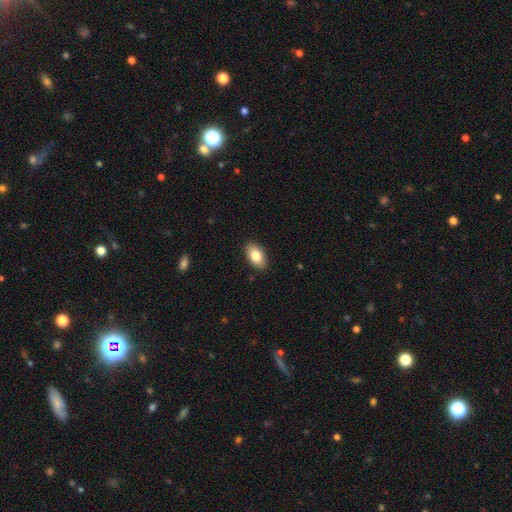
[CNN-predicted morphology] Smooth or featured: smooth — 80% (featured or disk — 13%)
How rounded: in between — 91% (round — 5%)
Merging: none — 88% (minor disturbance — 9%)